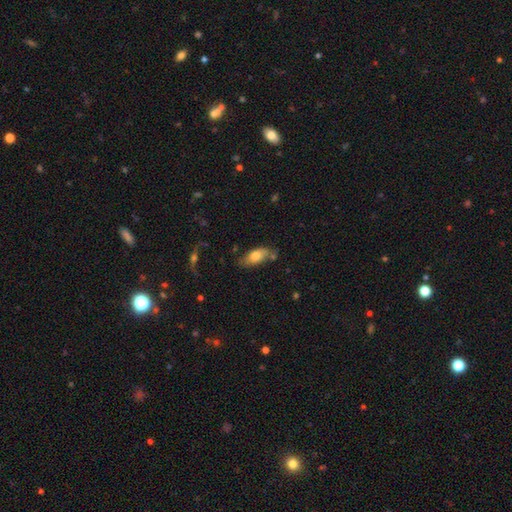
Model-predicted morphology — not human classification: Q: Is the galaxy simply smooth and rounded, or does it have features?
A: smooth — 73%.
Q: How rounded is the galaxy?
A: in between — 84%.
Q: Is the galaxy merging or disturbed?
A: none — 67%.